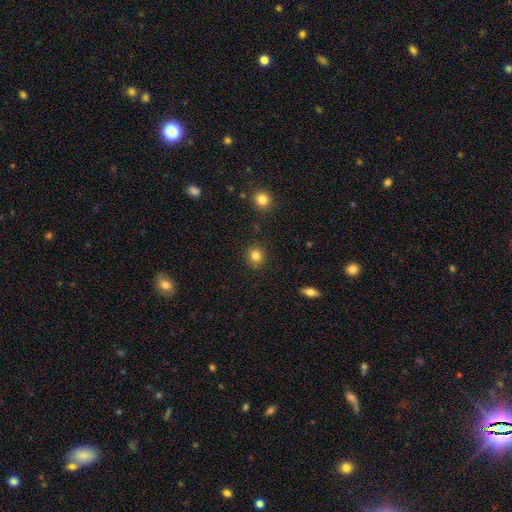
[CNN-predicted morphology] smooth 83%, star or artifact 11%, featured or disk 6%. Down the decision tree: how rounded — round (85%); merging — none (87%).